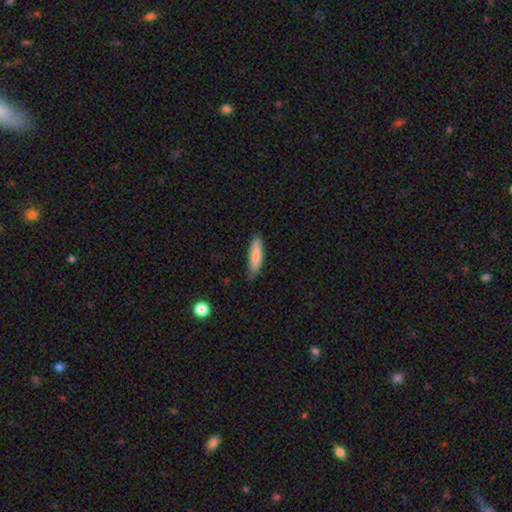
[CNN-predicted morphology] Q: Smooth or featured?
A: smooth (80%); runner-up: featured or disk (14%)
Q: How rounded?
A: cigar-shaped (56%); runner-up: in between (42%)
Q: Merging?
A: none (74%); runner-up: minor disturbance (22%)